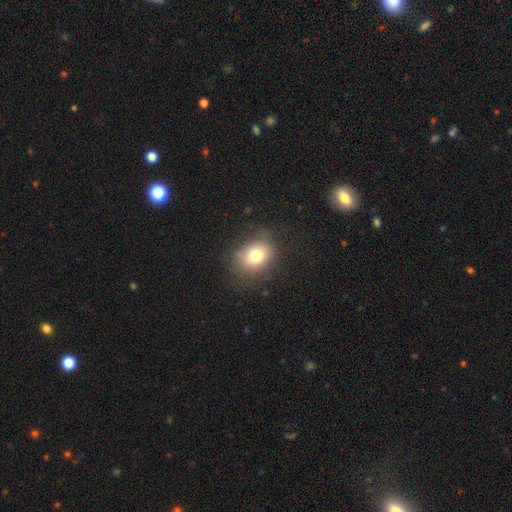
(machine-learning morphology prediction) Overall: smooth (76%). How rounded: round (50%; in between 49%). Merging: none (78%).